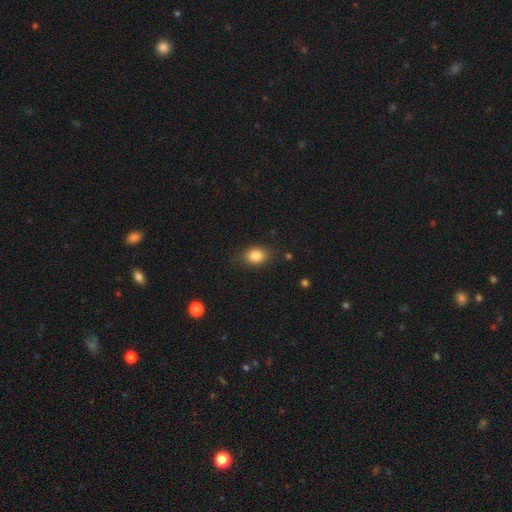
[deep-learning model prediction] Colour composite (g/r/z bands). It shows a smooth galaxy with no disk features (84%) that is in between round and cigar-shaped (64%). Merging: none (79%).